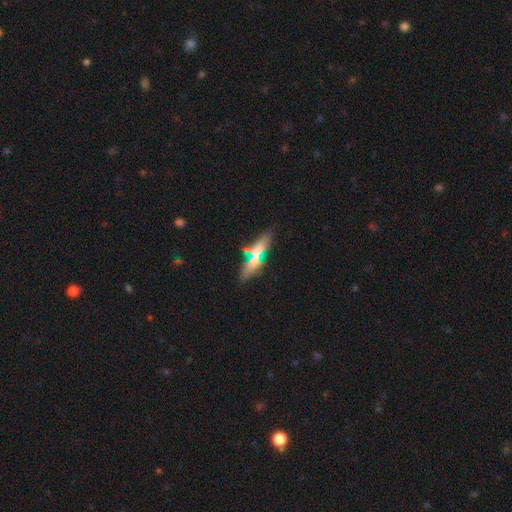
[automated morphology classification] Smooth or featured? smooth (62%)
How rounded? cigar-shaped (71%)
Merging? none (79%)